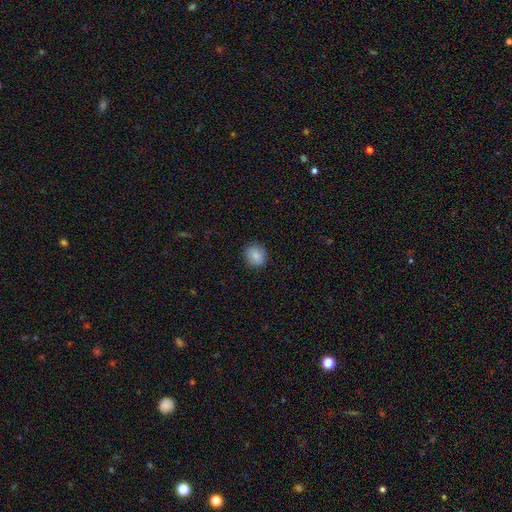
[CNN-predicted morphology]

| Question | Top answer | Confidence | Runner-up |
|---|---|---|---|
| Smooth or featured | smooth | 83% | star or artifact (8%) |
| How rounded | round | 83% | in between (16%) |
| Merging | none | 88% | minor disturbance (8%) |